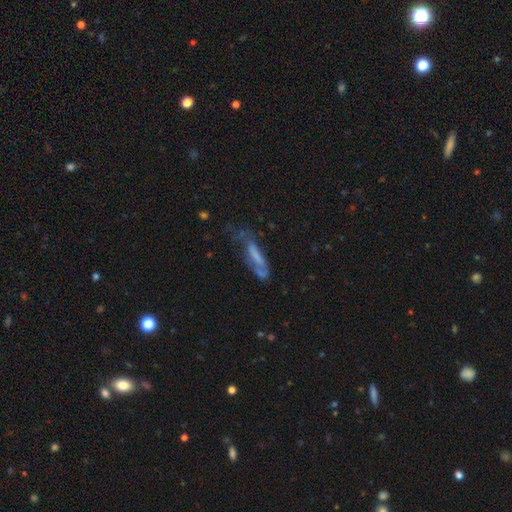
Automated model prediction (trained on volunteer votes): Smooth or featured: smooth — 49% (featured or disk — 41%)
Merging: major disturbance — 32% (tied with none — 32%)